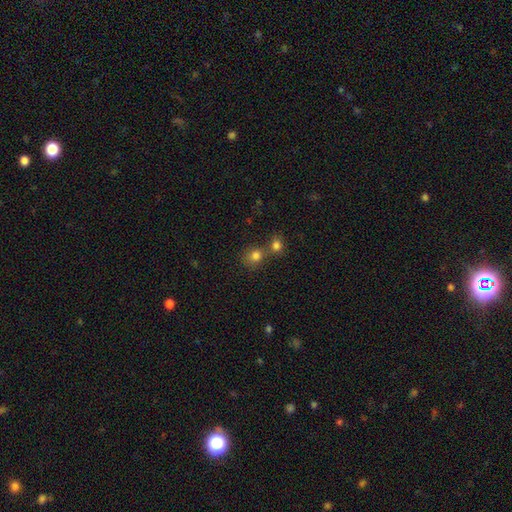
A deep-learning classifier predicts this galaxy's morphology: The model was most divided on "merging": none: 49%, merger: 40%, minor disturbance: 8%, major disturbance: 3%. More confident: how rounded — round (80%); smooth or featured — smooth (79%).